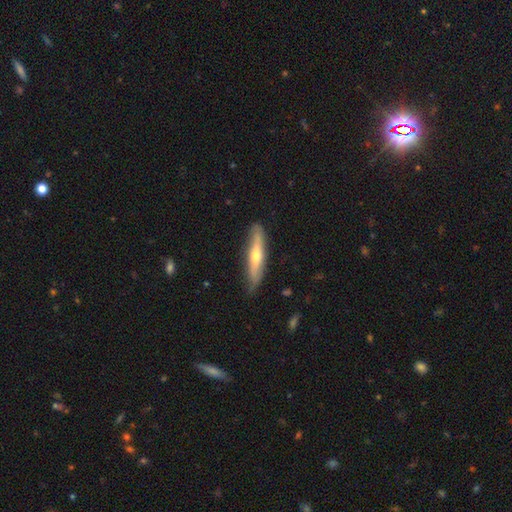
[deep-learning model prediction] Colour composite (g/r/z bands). It shows a featured or disk galaxy (52%) viewed edge-on (83%). Merging: none (79%).